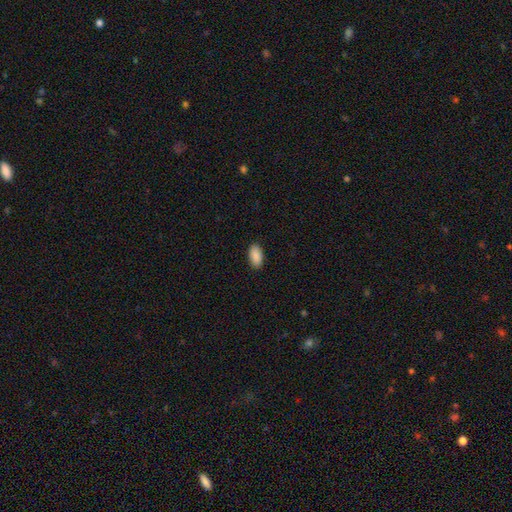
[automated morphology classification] The model was most divided on "merging": none: 90%, minor disturbance: 7%, major disturbance: 2%, merger: 1%. More confident: how rounded — in between (95%); smooth or featured — smooth (91%).